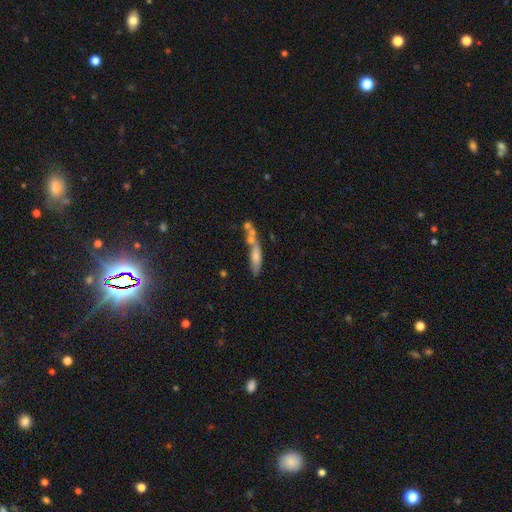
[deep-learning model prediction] smooth-or-featured: smooth: 49% | featured or disk: 39% | star or artifact: 12%
  merging: none: 46% | merger: 26% | minor disturbance: 18% | major disturbance: 9%